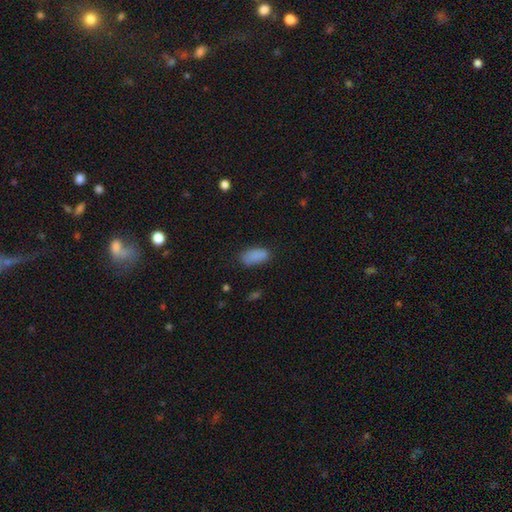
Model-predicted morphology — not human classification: A smooth galaxy with no disk features (86%) that is in between round and cigar-shaped (91%).

Vote fractions:
- Smooth or featured? smooth: 86% / star or artifact: 9% / featured or disk: 5%
- How rounded? in between: 91% / cigar-shaped: 6% / round: 3%
- Merging? none: 77% / minor disturbance: 17% / major disturbance: 4% / merger: 2%